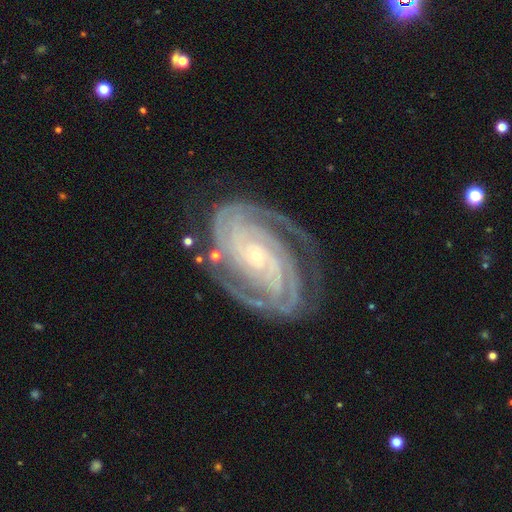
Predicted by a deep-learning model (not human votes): This is clearly a featured or disk galaxy (92%). It is clearly not viewed edge-on (97%). Bar: likely no (65%). Spiral arm pattern: clearly yes (99%). Spiral arm count: marginally 2 (31%). Spiral winding: likely tight (79%). Central bulge: clearly small (84%). Merging: likely none (76%).